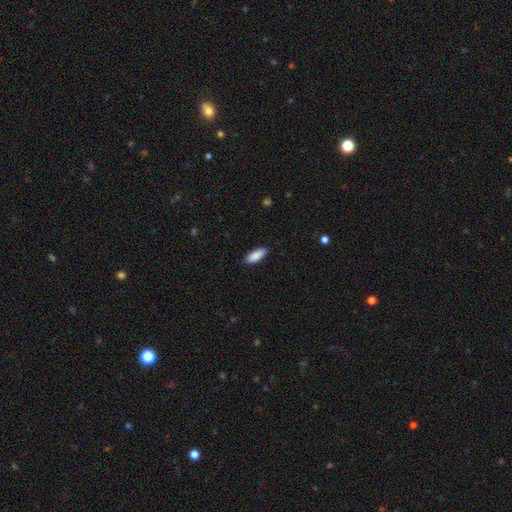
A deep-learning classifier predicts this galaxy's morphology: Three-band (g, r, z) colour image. It shows a smooth galaxy with no disk features (89%) that is in between round and cigar-shaped (74%). Merging: none (88%).